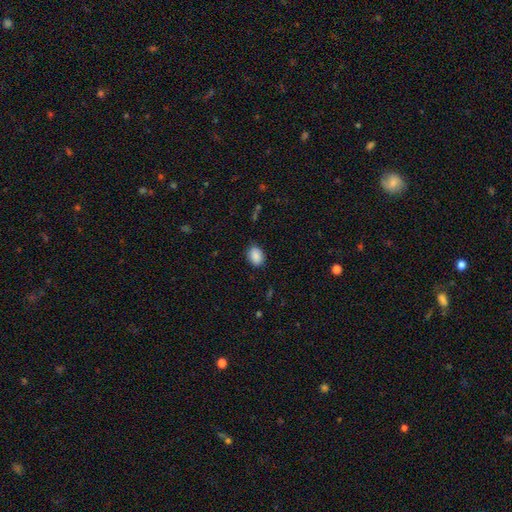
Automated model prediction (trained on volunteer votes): A smooth galaxy with no disk features (88%) that is in between round and cigar-shaped (74%).

Vote fractions:
- Smooth or featured? smooth: 88% / star or artifact: 8% / featured or disk: 4%
- How rounded? in between: 74% / round: 25% / cigar-shaped: 1%
- Merging? none: 86% / minor disturbance: 11% / major disturbance: 2% / merger: 1%